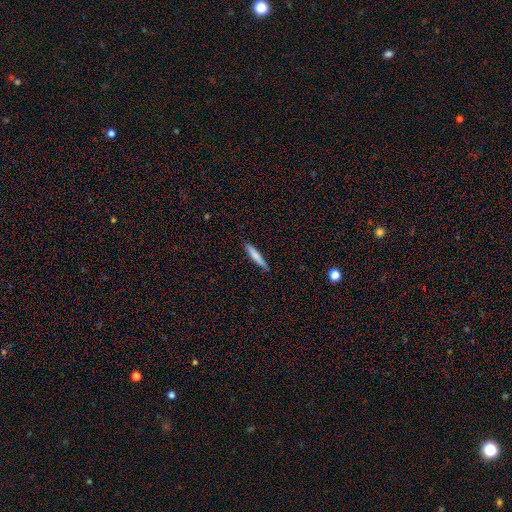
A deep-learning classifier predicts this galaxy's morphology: The model was most divided on "smooth or featured": smooth: 76%, featured or disk: 18%, star or artifact: 6%. More confident: how rounded — cigar-shaped (93%); merging — none (87%).